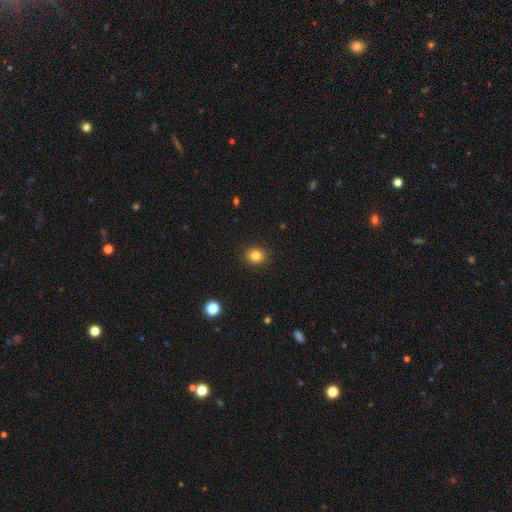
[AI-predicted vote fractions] Smooth or featured? smooth (83%)
How rounded? round (72%)
Merging? none (91%)